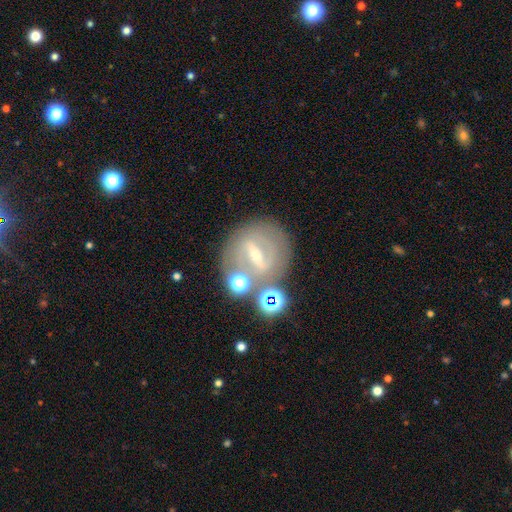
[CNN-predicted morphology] featured or disk 74%, smooth 15%, star or artifact 12%. Down the decision tree: edge-on disk — no (91%); bar — strong (66%); spiral arms — yes (62%); bulge size — small (58%); merging — none (67%).